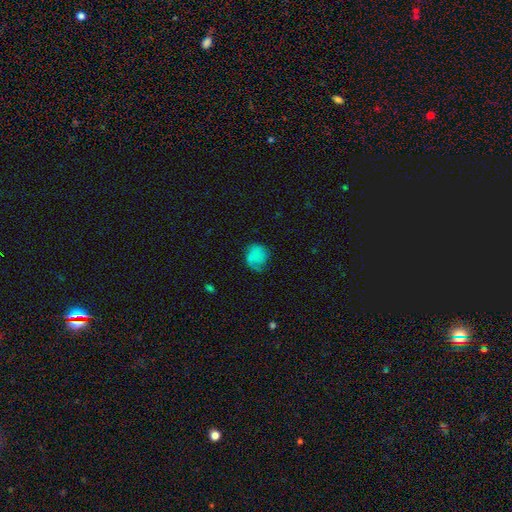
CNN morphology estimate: smooth-or-featured: smooth: 69% | featured or disk: 21% | star or artifact: 10%
  how-rounded: round: 70% | in between: 29% | cigar-shaped: 1%
  merging: none: 49% | minor disturbance: 31% | major disturbance: 18% | merger: 2%